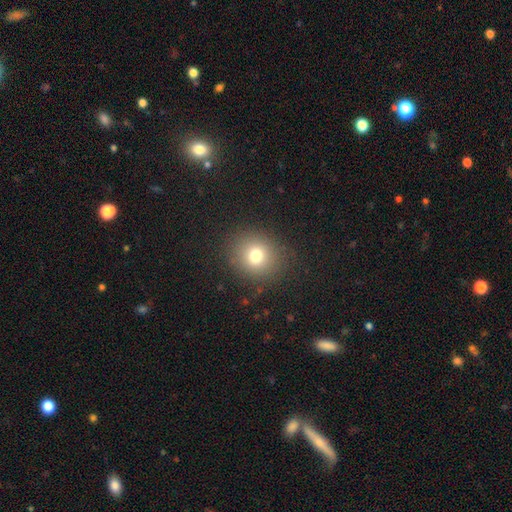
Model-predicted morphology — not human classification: smooth 75%, star or artifact 14%, featured or disk 10%. Down the decision tree: how rounded — round (81%); merging — none (86%).